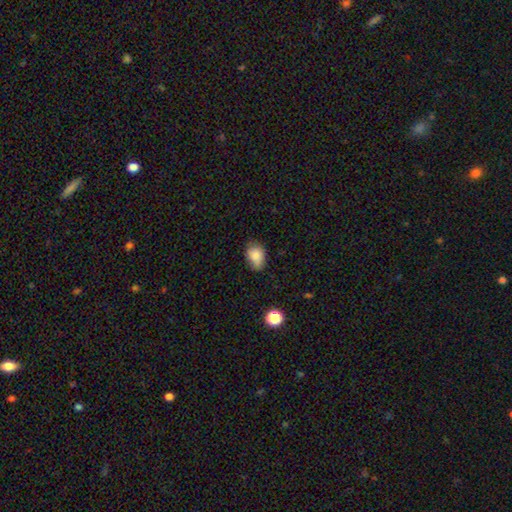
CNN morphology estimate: A smooth galaxy with no disk features (84%) that is in between round and cigar-shaped (76%). Merging: none (63%).